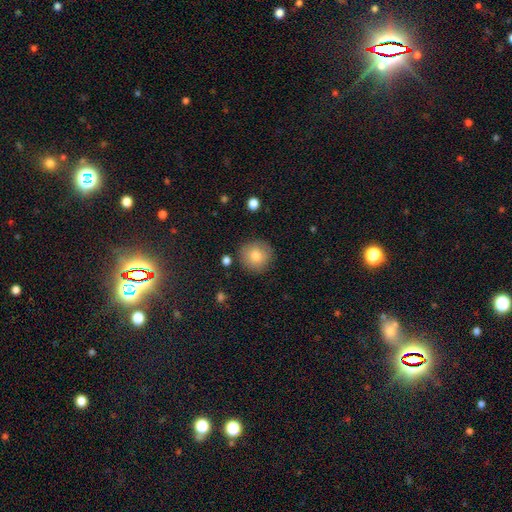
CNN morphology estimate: type=smooth (80%); roundness=round (94%); merging=none (87%).